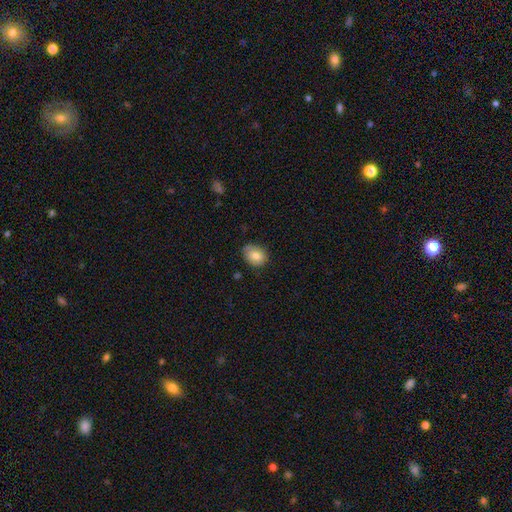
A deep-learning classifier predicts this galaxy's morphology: A smooth galaxy with no disk features (77%) that is in between round and cigar-shaped (52%).

Vote fractions:
- Smooth or featured? smooth: 77% / featured or disk: 15% / star or artifact: 8%
- How rounded? in between: 52% / round: 47% / cigar-shaped: 1%
- Merging? none: 71% / minor disturbance: 24% / major disturbance: 4% / merger: 1%